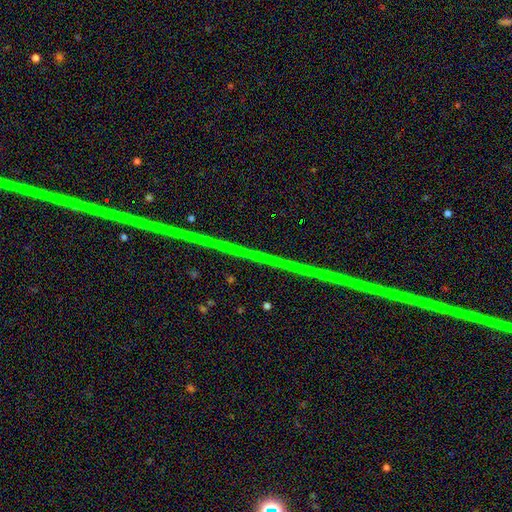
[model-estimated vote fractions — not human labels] This appears to be a star or artifact, not a galaxy (78%).